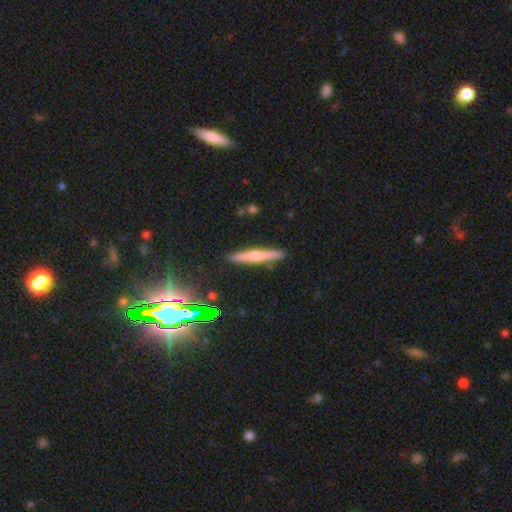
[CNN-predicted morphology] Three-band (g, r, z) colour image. It shows a featured or disk galaxy (49%). Merging: none (89%).